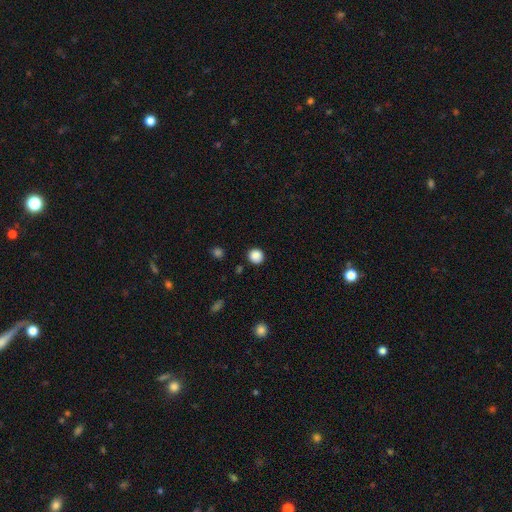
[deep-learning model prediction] Smooth or featured: smooth — 87% (star or artifact — 10%)
How rounded: round — 91% (in between — 8%)
Merging: none — 88% (minor disturbance — 7%)